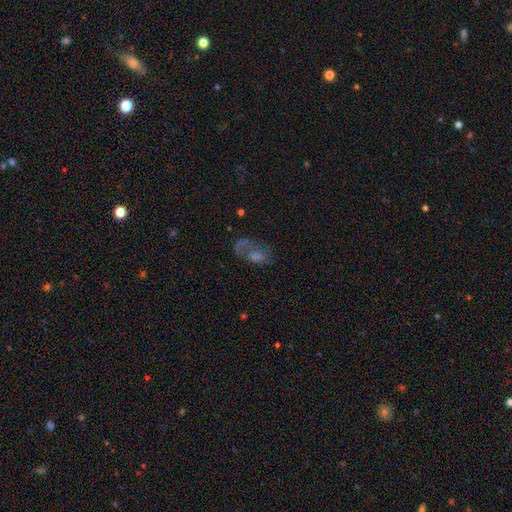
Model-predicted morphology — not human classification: Smooth or featured?
  - featured or disk: 46% *
  - smooth: 35%
  - star or artifact: 19%
Merging?
  - none: 46% *
  - major disturbance: 28%
  - minor disturbance: 20%
  - merger: 6%